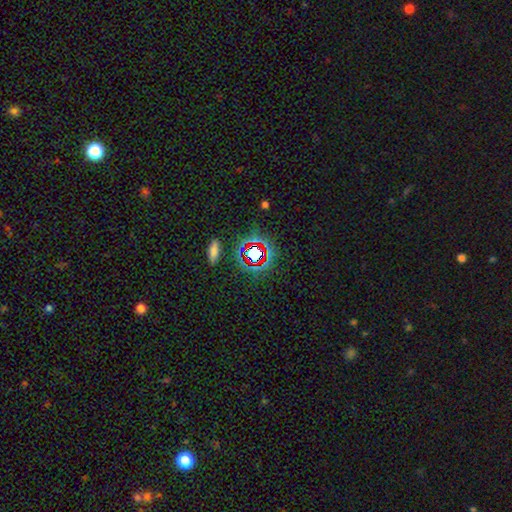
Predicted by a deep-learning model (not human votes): Overall: star or artifact (65%).